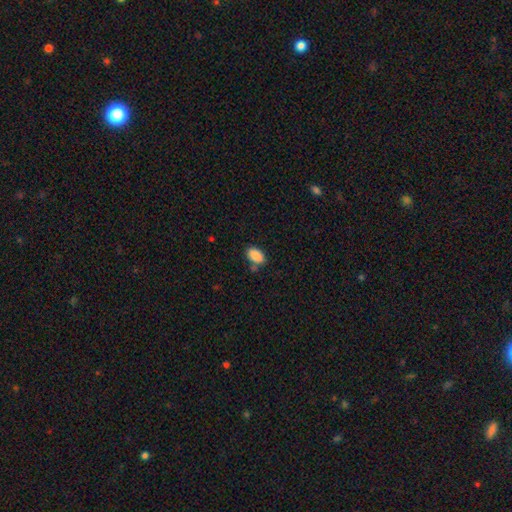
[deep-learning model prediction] smooth-or-featured: smooth: 88% | star or artifact: 8% | featured or disk: 4%
  how-rounded: in between: 92% | round: 6% | cigar-shaped: 2%
  merging: none: 74% | minor disturbance: 15% | merger: 8% | major disturbance: 4%